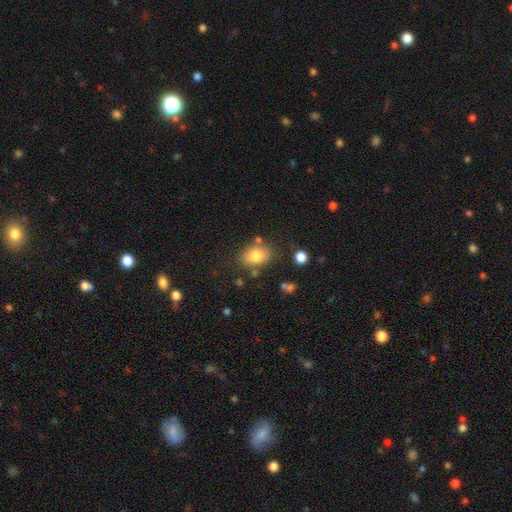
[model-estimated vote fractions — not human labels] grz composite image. It shows a smooth galaxy with no disk features (80%) that is in between round and cigar-shaped (70%). Merging: none (74%).